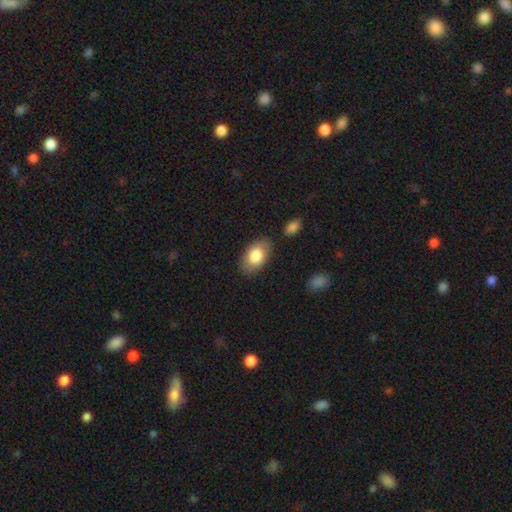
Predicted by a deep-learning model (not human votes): smooth 82%, featured or disk 12%, star or artifact 6%. Down the decision tree: how rounded — in between (91%); merging — none (82%).